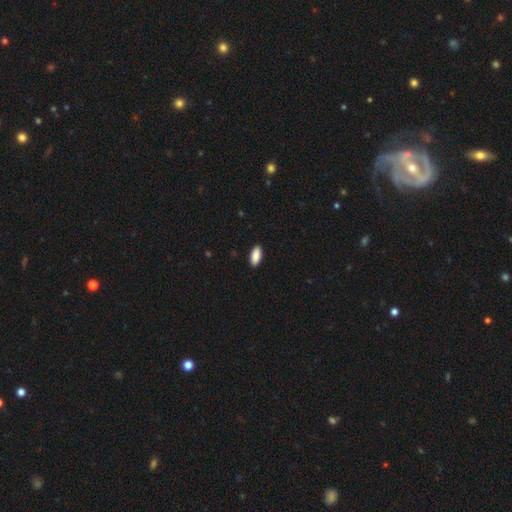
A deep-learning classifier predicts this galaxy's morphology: The model was most divided on "how rounded": in between: 88%, cigar-shaped: 10%, round: 2%. More confident: merging — none (91%); smooth or featured — smooth (91%).